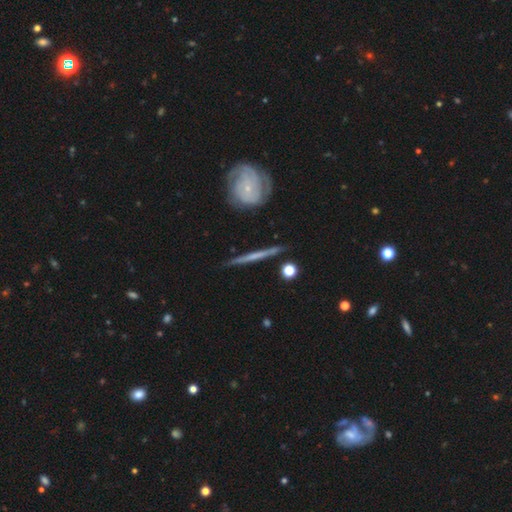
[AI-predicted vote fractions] Smooth or featured?
  - featured or disk: 71% *
  - smooth: 23%
  - star or artifact: 5%
Edge-on disk?
  - yes: 92% *
  - no: 8%
Edge-on bulge?
  - none: 70% *
  - rounded: 23%
  - boxy: 6%
Merging?
  - none: 87% *
  - minor disturbance: 9%
  - merger: 2%
  - major disturbance: 2%